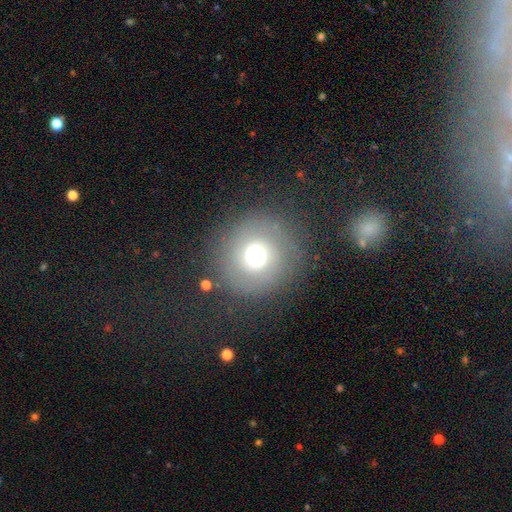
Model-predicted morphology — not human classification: Smooth or featured: smooth — 55% (featured or disk — 31%)
How rounded: round — 93% (in between — 6%)
Merging: none — 81% (minor disturbance — 10%)